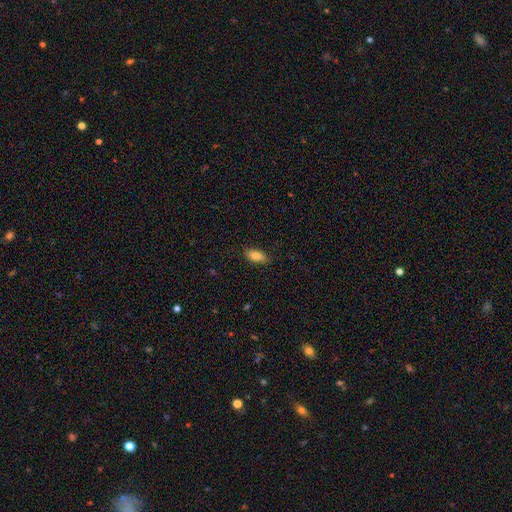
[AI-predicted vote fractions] smooth_or_featured: smooth (p=0.84) [alt: featured or disk p=0.09]
how_rounded: in between (p=0.86) [alt: cigar-shaped p=0.12]
merging: none (p=0.86) [alt: minor disturbance p=0.11]